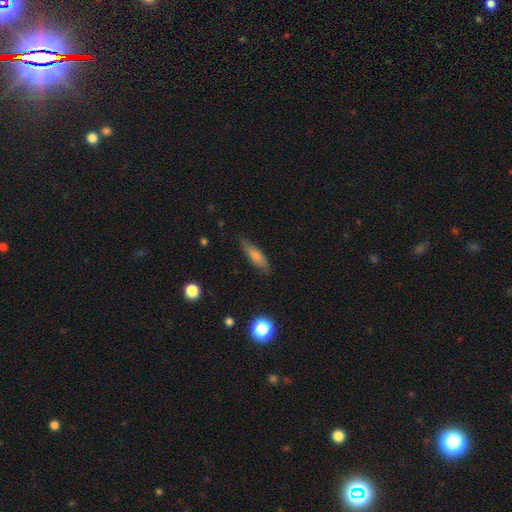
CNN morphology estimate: Smooth or featured? Predicted: smooth (p=0.64). How rounded? Predicted: cigar-shaped (p=0.61). Merging? Predicted: none (p=0.82).